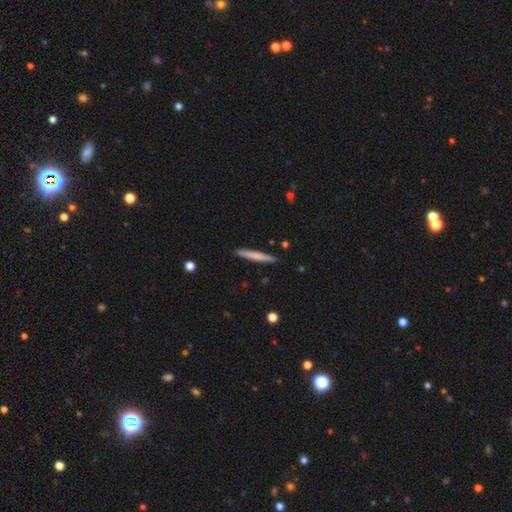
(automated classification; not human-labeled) Q: Smooth or featured?
A: smooth (65%); runner-up: featured or disk (30%)
Q: How rounded?
A: cigar-shaped (96%); runner-up: in between (3%)
Q: Merging?
A: none (91%); runner-up: minor disturbance (6%)